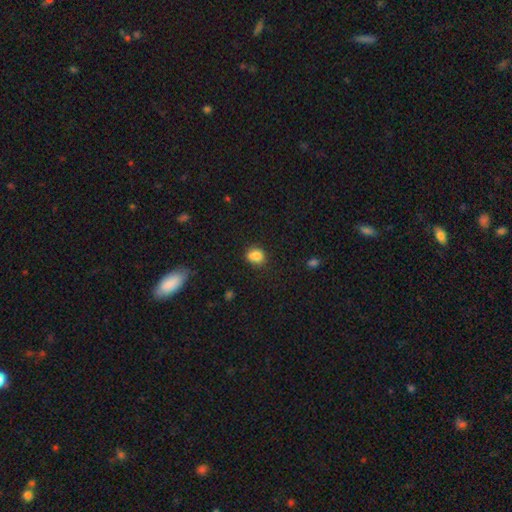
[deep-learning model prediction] A smooth galaxy with no disk features (84%) that is in between round and cigar-shaped (53%). Merging: none (70%).